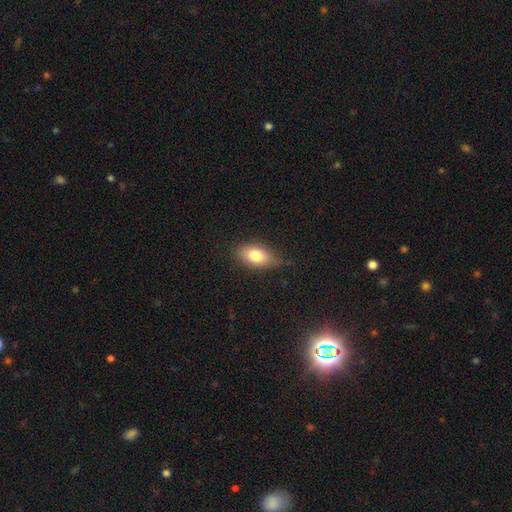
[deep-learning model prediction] This is likely a smooth galaxy (77%). How rounded: clearly in between (87%). Merging: likely none (74%).